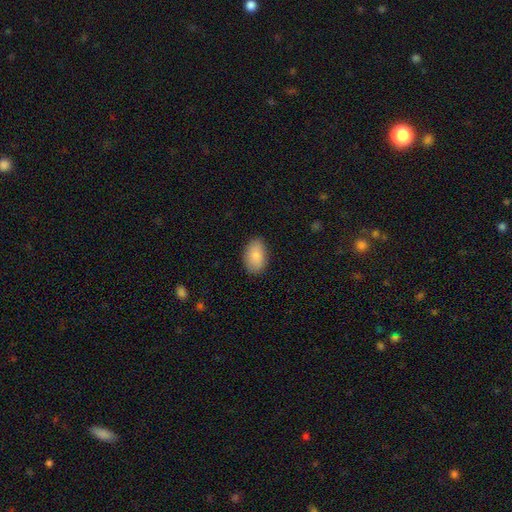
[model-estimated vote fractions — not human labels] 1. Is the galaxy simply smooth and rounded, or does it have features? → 87% smooth, 7% featured or disk, 6% star or artifact.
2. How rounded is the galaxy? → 92% in between, 7% round, 1% cigar-shaped.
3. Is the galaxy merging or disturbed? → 86% none, 10% minor disturbance, 2% major disturbance, 1% merger.